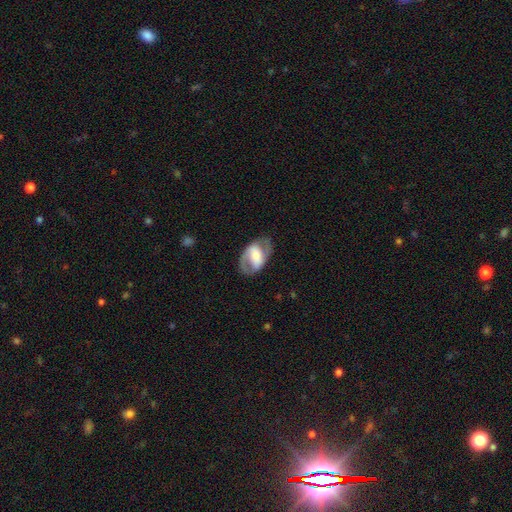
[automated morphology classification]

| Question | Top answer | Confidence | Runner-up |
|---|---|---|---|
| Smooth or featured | featured or disk | 69% | smooth (25%) |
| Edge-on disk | no | 94% | yes (6%) |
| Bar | strong | 43% | weak (33%) |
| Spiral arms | yes | 71% | no (29%) |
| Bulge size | moderate | 42% | small (30%) |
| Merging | none | 74% | minor disturbance (15%) |